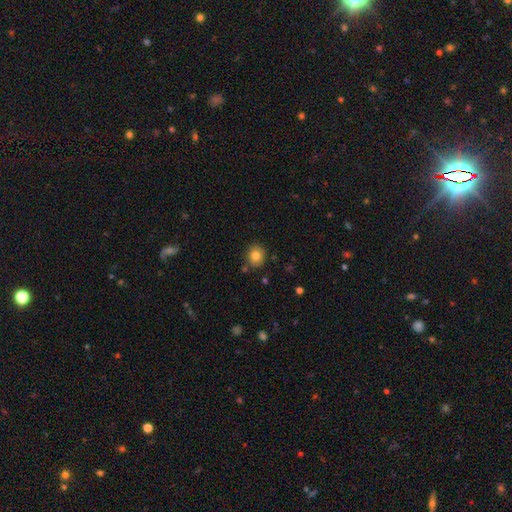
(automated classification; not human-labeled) Smooth or featured?
  - smooth: 80% *
  - star or artifact: 10%
  - featured or disk: 10%
How rounded?
  - round: 82% *
  - in between: 17%
  - cigar-shaped: 1%
Merging?
  - none: 85% *
  - minor disturbance: 9%
  - merger: 3%
  - major disturbance: 2%